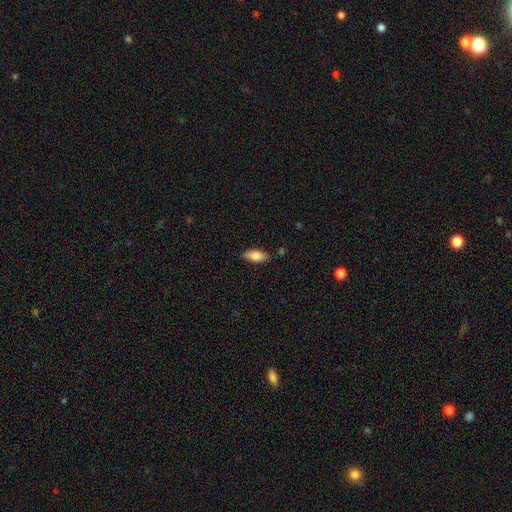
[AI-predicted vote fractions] This is likely a smooth galaxy (79%). How rounded: clearly in between (86%). Merging: clearly none (83%).